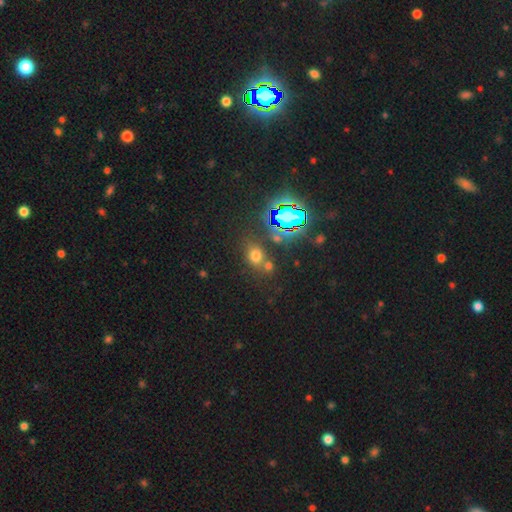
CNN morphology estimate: This appears to be a smooth galaxy with no disk features (59%) that is round (52%). Merging: none (66%).